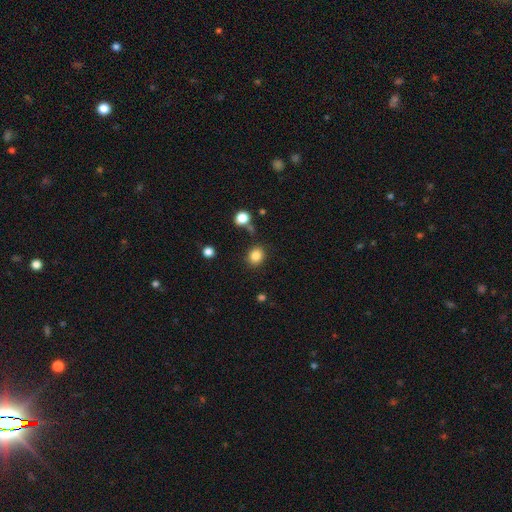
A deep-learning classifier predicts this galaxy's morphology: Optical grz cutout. It shows a smooth galaxy with no disk features (84%) that is round (65%). Merging: none (81%).